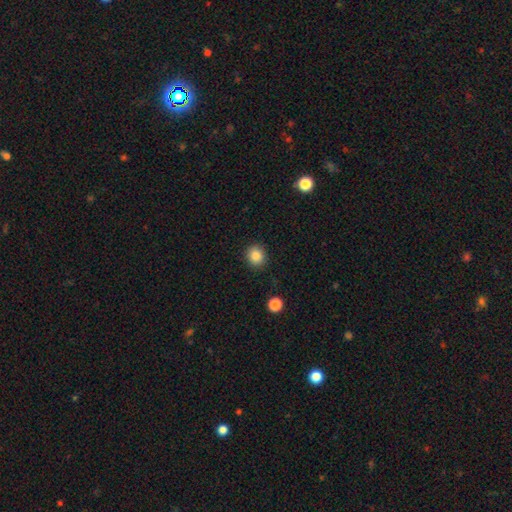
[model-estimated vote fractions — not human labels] Overall: smooth (86%). How rounded: round (85%). Merging: none (90%).